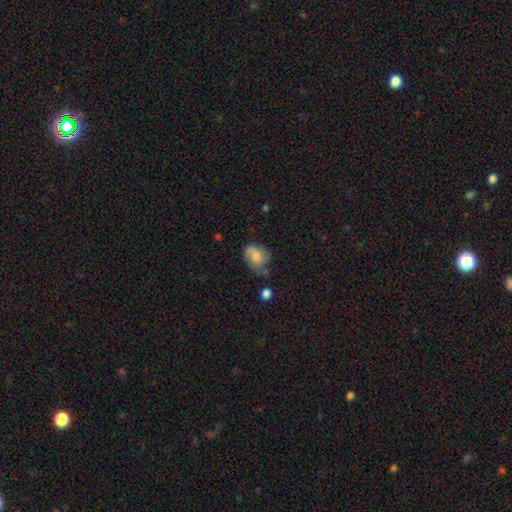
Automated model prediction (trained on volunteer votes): Smooth or featured? Predicted: smooth (p=0.56). How rounded? Predicted: in between (p=0.53). Merging? Predicted: none (p=0.51).